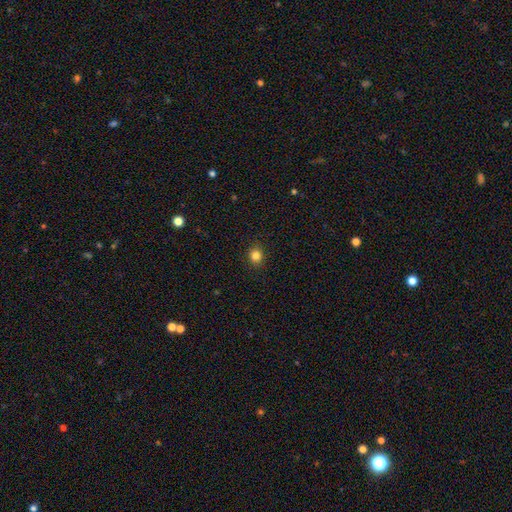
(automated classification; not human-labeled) Overall: smooth (82%). How rounded: round (83%). Merging: none (90%).